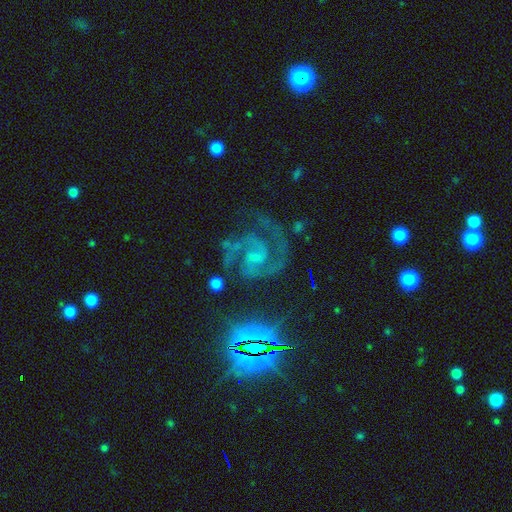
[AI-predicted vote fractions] Q: Smooth or featured?
A: featured or disk (85%); runner-up: star or artifact (11%)
Q: Edge-on disk?
A: no (98%); runner-up: yes (2%)
Q: Bar?
A: weak (44%); runner-up: no (42%)
Q: Spiral arms?
A: yes (98%); runner-up: no (2%)
Q: Spiral winding?
A: medium (54%); runner-up: tight (37%)
Q: Spiral arm count?
A: 2 (82%); runner-up: 3 (8%)
Q: Bulge size?
A: small (53%); runner-up: none (24%)
Q: Merging?
A: none (67%); runner-up: minor disturbance (18%)